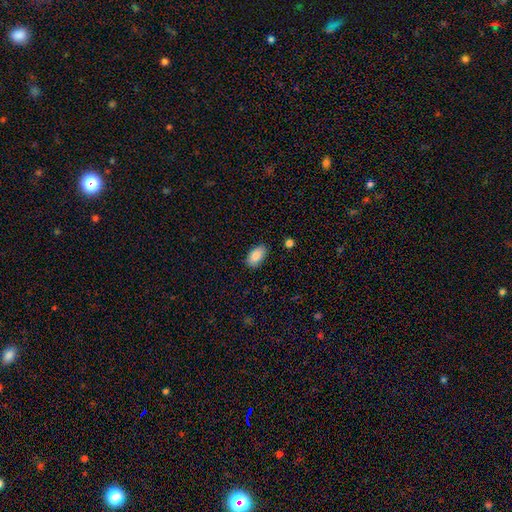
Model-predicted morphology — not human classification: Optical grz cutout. It shows a smooth galaxy with no disk features (87%) that is in between round and cigar-shaped (94%). Merging: none (86%).